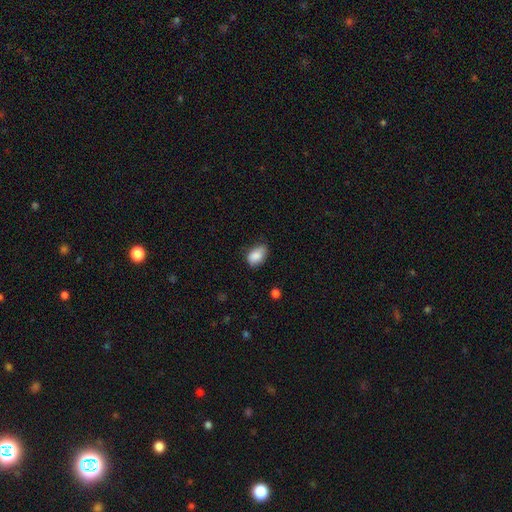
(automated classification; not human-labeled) The model was most divided on "merging": none: 60%, minor disturbance: 32%, major disturbance: 6%, merger: 2%. More confident: how rounded — in between (87%); smooth or featured — smooth (87%).